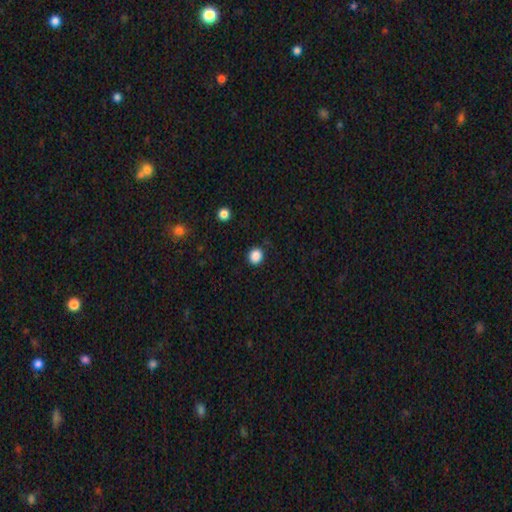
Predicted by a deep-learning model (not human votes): Smooth or featured: smooth — 87% (star or artifact — 10%)
How rounded: round — 77% (in between — 23%)
Merging: none — 87% (minor disturbance — 9%)